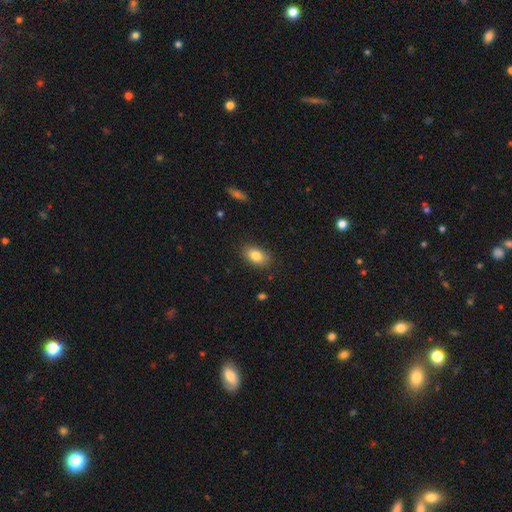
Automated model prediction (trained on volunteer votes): Q: Smooth or featured?
A: smooth (84%); runner-up: featured or disk (8%)
Q: How rounded?
A: in between (89%); runner-up: round (9%)
Q: Merging?
A: none (86%); runner-up: minor disturbance (11%)